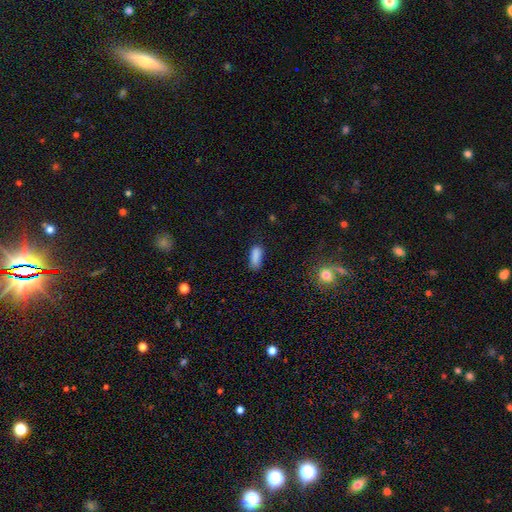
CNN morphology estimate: smooth-or-featured: smooth: 86% | star or artifact: 10% | featured or disk: 5%
  how-rounded: in between: 73% | cigar-shaped: 25% | round: 3%
  merging: none: 70% | minor disturbance: 22% | major disturbance: 6% | merger: 3%